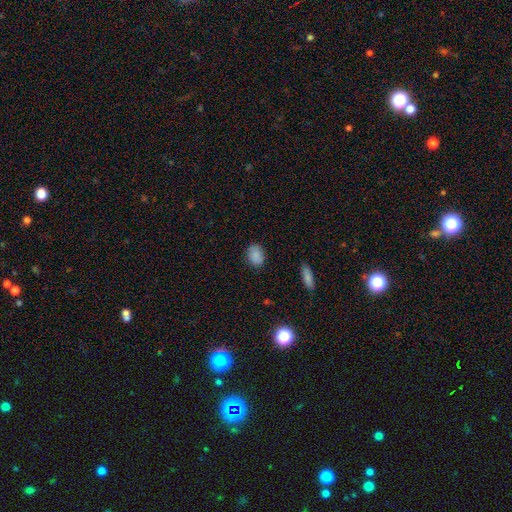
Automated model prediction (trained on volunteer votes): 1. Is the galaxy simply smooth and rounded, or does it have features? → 86% smooth, 9% star or artifact, 5% featured or disk.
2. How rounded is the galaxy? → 71% in between, 27% round, 1% cigar-shaped.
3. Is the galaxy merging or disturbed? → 82% none, 14% minor disturbance, 3% major disturbance, 2% merger.